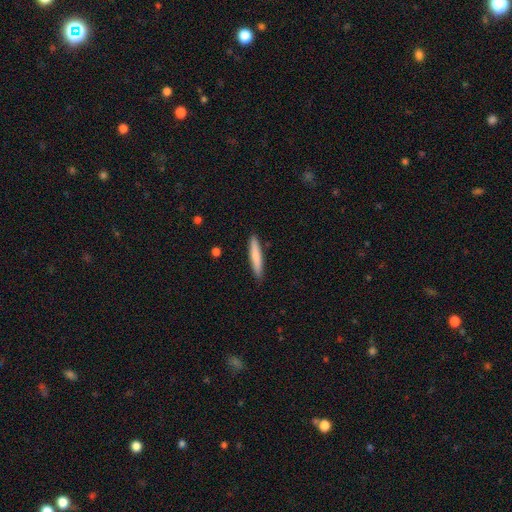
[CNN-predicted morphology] smooth_or_featured: smooth (p=0.77) [alt: featured or disk p=0.18]
how_rounded: cigar-shaped (p=0.92) [alt: in between p=0.07]
merging: none (p=0.89) [alt: minor disturbance p=0.08]